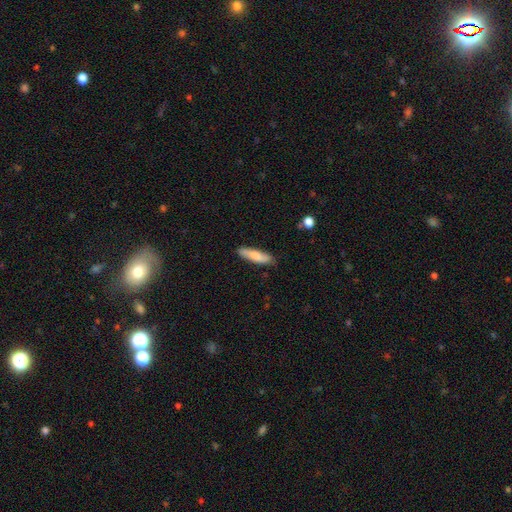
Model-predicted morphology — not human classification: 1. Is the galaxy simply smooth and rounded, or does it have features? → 78% smooth, 16% featured or disk, 6% star or artifact.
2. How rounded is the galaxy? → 69% cigar-shaped, 30% in between, 2% round.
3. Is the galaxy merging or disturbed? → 82% none, 15% minor disturbance, 2% major disturbance, 1% merger.